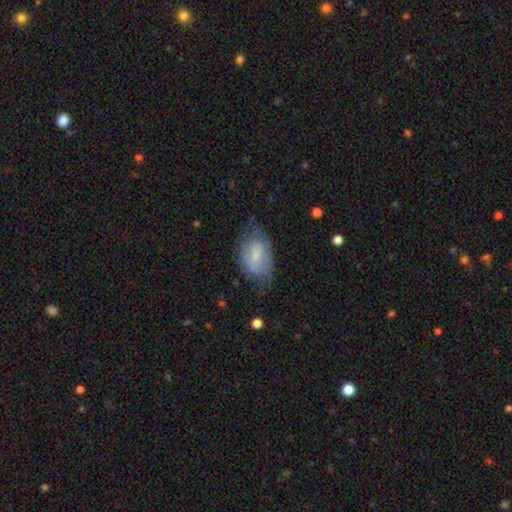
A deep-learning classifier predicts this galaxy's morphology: A smooth galaxy with no disk features (50%) that is in between round and cigar-shaped (88%).

Vote fractions:
- Smooth or featured? smooth: 50% / featured or disk: 43% / star or artifact: 7%
- How rounded? in between: 88% / round: 10% / cigar-shaped: 2%
- Merging? none: 52% / minor disturbance: 31% / major disturbance: 16% / merger: 2%